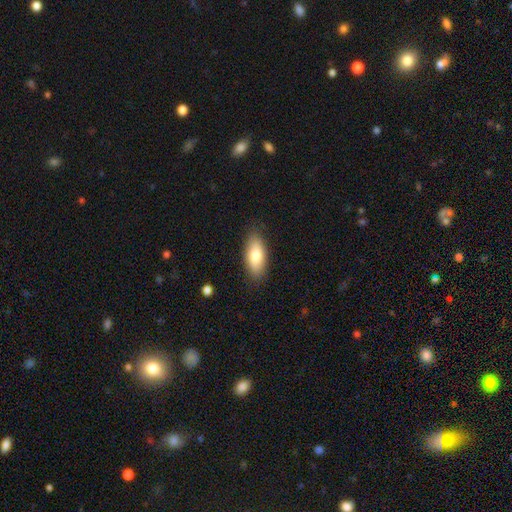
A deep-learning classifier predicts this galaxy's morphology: This appears to be a smooth galaxy with no disk features (78%) that is in between round and cigar-shaped (84%). Merging: none (85%).